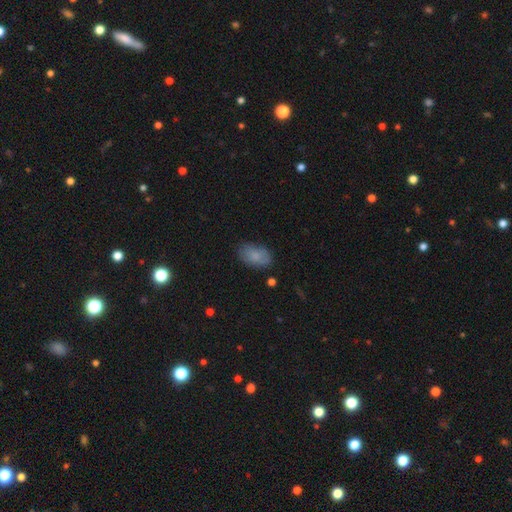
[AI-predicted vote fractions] A smooth galaxy with no disk features (83%) that is in between round and cigar-shaped (91%). Merging: none (76%).